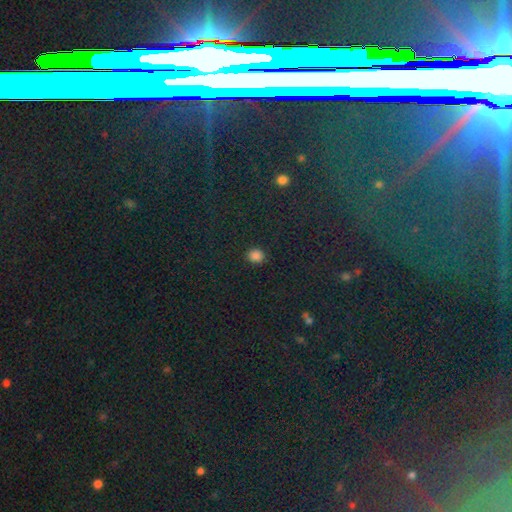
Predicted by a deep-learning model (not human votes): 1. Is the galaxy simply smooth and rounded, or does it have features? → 84% smooth, 13% star or artifact, 3% featured or disk.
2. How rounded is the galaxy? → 75% round, 24% in between, 1% cigar-shaped.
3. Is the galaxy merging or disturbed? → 89% none, 7% minor disturbance, 2% major disturbance, 1% merger.